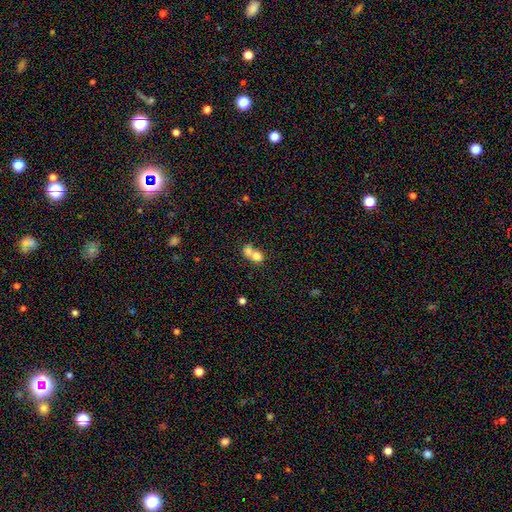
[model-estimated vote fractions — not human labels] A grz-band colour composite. It shows a smooth galaxy with no disk features (70%) that is round (51%). Merging: merger (68%).